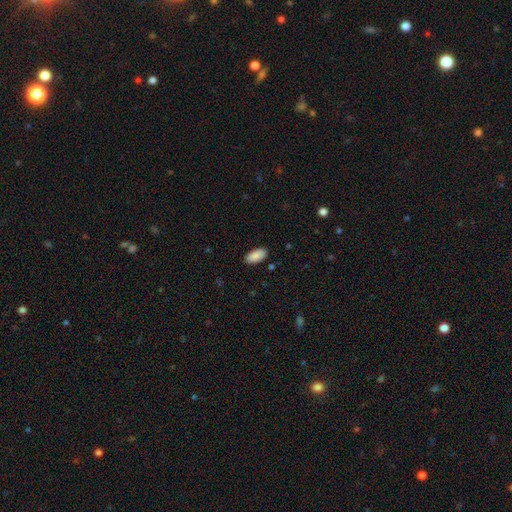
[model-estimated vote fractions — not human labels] smooth_or_featured: smooth (p=0.90) [alt: star or artifact p=0.06]
how_rounded: in between (p=0.95) [alt: cigar-shaped p=0.03]
merging: none (p=0.88) [alt: minor disturbance p=0.09]